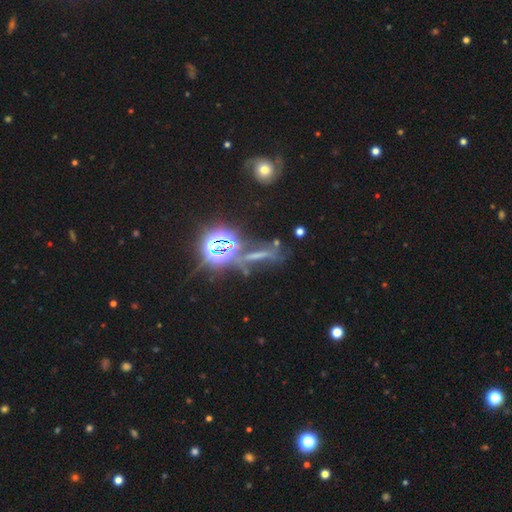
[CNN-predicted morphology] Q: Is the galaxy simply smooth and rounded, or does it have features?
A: star or artifact — 49%.